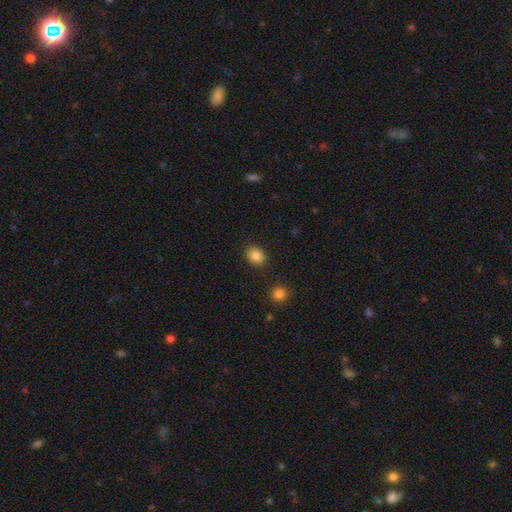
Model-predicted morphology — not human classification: Overall: smooth (86%). How rounded: in between (58%; round 41%). Merging: none (86%).